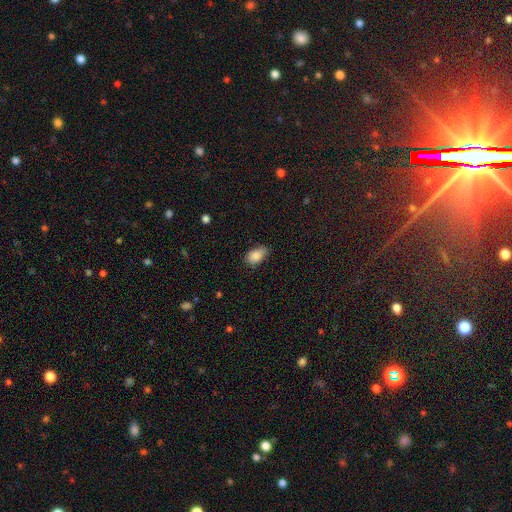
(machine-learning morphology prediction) type=smooth (86%); roundness=in between (89%); merging=none (64%).